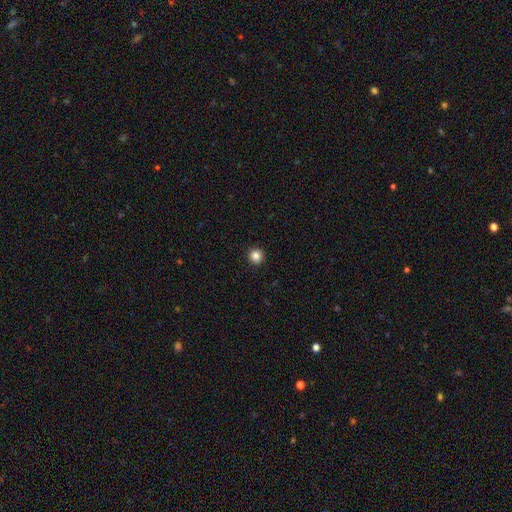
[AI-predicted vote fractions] Smooth or featured? smooth (85%)
How rounded? round (95%)
Merging? none (93%)